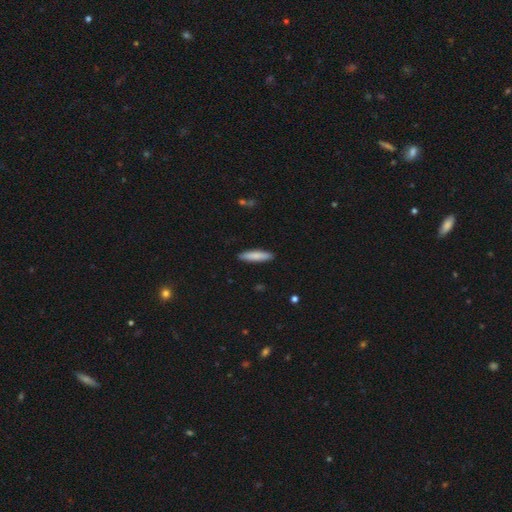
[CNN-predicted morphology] Q: Smooth or featured?
A: smooth (83%); runner-up: featured or disk (11%)
Q: How rounded?
A: cigar-shaped (79%); runner-up: in between (20%)
Q: Merging?
A: none (90%); runner-up: minor disturbance (7%)